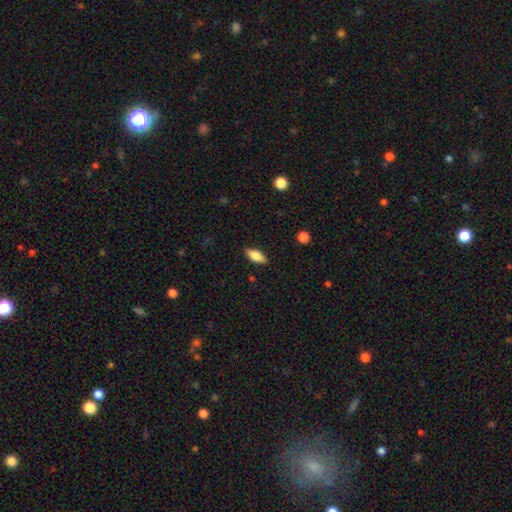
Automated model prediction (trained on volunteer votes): smooth 73%, featured or disk 20%, star or artifact 7%. Down the decision tree: how rounded — in between (80%); merging — none (87%).